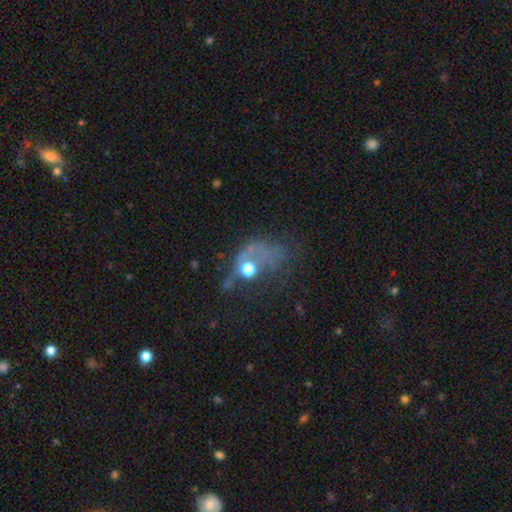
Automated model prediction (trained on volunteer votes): Morphology: type=featured or disk (40%); merging=major disturbance (51%).